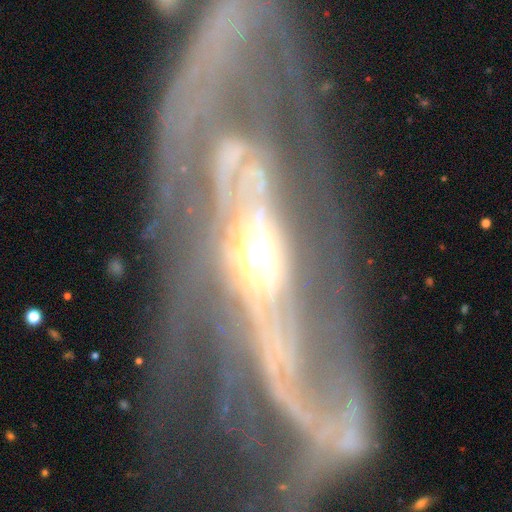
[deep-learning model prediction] Smooth or featured?
  - featured or disk: 86% *
  - star or artifact: 7%
  - smooth: 7%
Edge-on disk?
  - no: 80% *
  - yes: 20%
Bar?
  - no: 46% *
  - strong: 29%
  - weak: 25%
Spiral arms?
  - yes: 77% *
  - no: 23%
Spiral winding?
  - medium: 34% * (tied)
  - tight: 34% * (tied)
  - loose: 32%
Spiral arm count?
  - 2: 35% *
  - can't tell: 31%
  - 3: 11%
  - 1: 9%
  - 4: 7%
  - more than 4: 7%
Bulge size?
  - moderate: 60% *
  - small: 24%
  - large: 11%
  - dominant: 3%
  - none: 3%
Merging?
  - major disturbance: 43% *
  - none: 30%
  - minor disturbance: 15%
  - merger: 12%